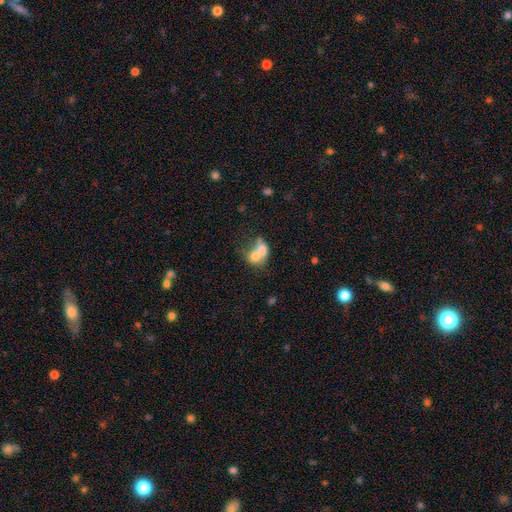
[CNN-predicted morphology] The model was most divided on "how rounded": in between: 53%, round: 46%, cigar-shaped: 1%. More confident: merging — merger (71%); smooth or featured — smooth (65%).